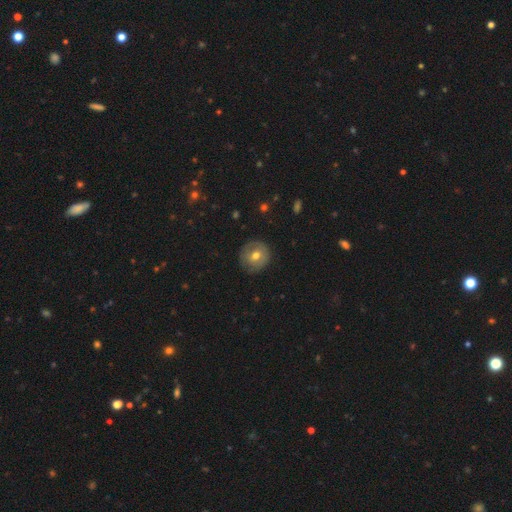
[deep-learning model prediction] Smooth or featured: smooth — 58% (featured or disk — 33%)
How rounded: round — 92% (in between — 7%)
Merging: none — 84% (minor disturbance — 12%)